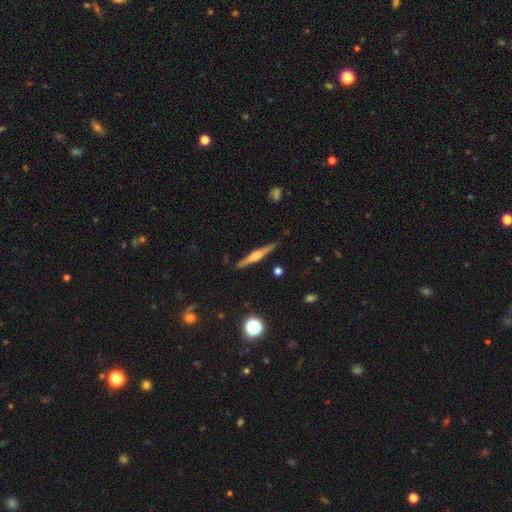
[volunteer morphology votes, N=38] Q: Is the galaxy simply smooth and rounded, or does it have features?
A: featured or disk — 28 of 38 (74%).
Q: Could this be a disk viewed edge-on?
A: yes — 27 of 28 (96%).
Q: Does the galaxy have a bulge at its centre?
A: rounded — 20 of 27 (74%).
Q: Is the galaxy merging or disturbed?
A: none — 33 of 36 (92%).